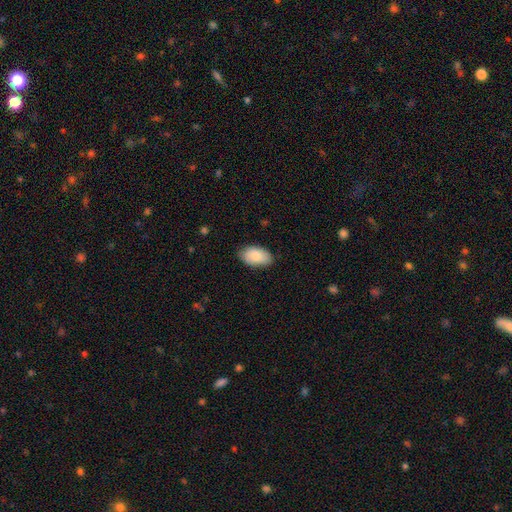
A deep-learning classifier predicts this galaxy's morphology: Smooth or featured? Predicted: smooth (p=0.84). How rounded? Predicted: in between (p=0.94). Merging? Predicted: none (p=0.81).